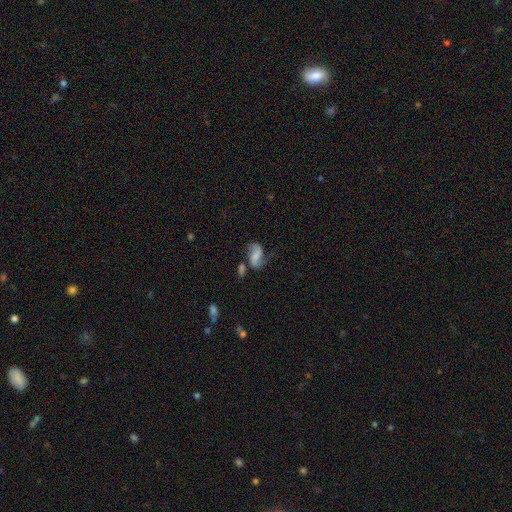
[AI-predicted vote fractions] smooth_or_featured: featured or disk (p=0.66) [alt: smooth p=0.25]
disk_edge_on: no (p=0.97) [alt: yes p=0.03]
bar: weak (p=0.39) [alt: no p=0.38]
has_spiral_arms: yes (p=0.90) [alt: no p=0.10]
spiral_winding: loose (p=0.60) [alt: medium p=0.31]
spiral_arm_count: 2 (p=0.87) [alt: 1 p=0.06]
bulge_size: none (p=0.37) [alt: small p=0.31]
merging: none (p=0.52) [alt: minor disturbance p=0.21]